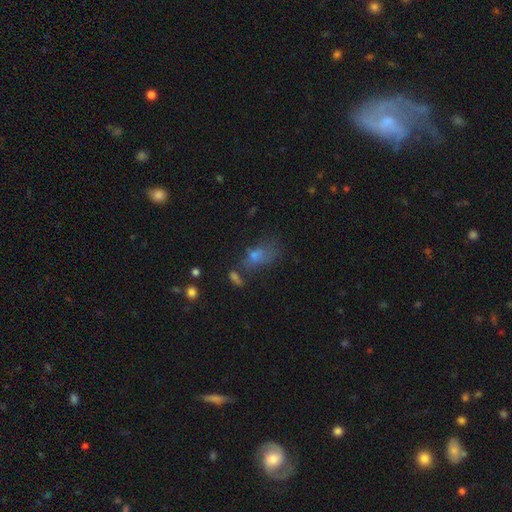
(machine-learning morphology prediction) smooth-or-featured: smooth: 58% | star or artifact: 23% | featured or disk: 19%
  how-rounded: in between: 78% | round: 17% | cigar-shaped: 5%
  merging: none: 37% | major disturbance: 24% | minor disturbance: 22% | merger: 16%